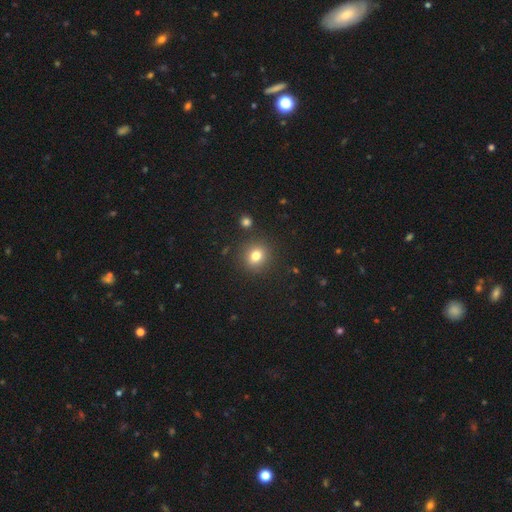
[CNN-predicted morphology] This is likely a smooth galaxy (79%). How rounded: clearly round (80%). Merging: clearly none (87%).